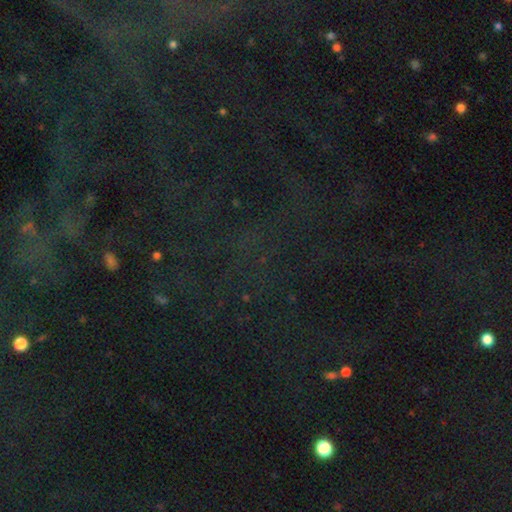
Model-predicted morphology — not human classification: Smooth or featured? star or artifact (78%)